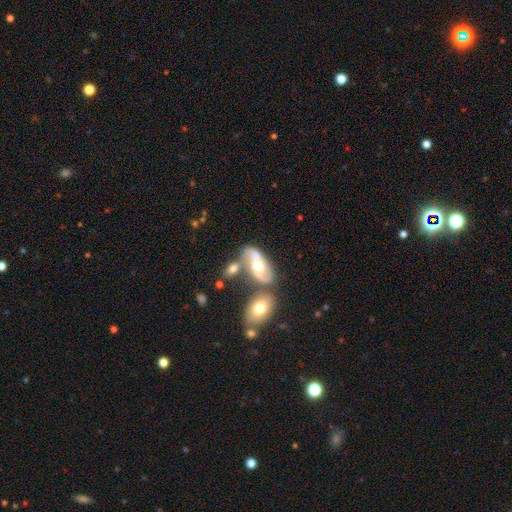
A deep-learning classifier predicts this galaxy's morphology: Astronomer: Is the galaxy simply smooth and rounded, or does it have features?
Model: featured or disk — 61%.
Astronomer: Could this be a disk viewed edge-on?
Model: no — 94%.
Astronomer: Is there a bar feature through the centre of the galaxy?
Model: no — 66%.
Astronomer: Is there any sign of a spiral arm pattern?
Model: yes — 69%.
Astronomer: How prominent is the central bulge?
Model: moderate — 66%.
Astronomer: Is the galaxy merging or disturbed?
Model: merger — 47% (runner-up: none, 29%).